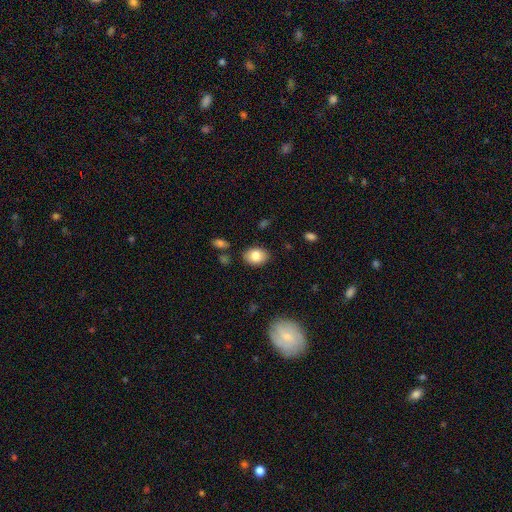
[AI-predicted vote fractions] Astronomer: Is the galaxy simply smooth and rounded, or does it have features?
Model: smooth — 81%.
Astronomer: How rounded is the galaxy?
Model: in between — 74%.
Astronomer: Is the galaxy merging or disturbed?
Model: none — 86%.